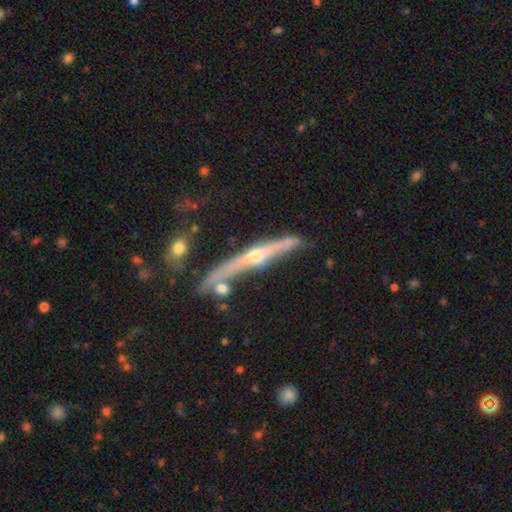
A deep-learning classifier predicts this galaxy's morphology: Smooth or featured? Predicted: featured or disk (p=0.75). Edge-on disk? Predicted: yes (p=0.94). Edge-on bulge? Predicted: rounded (p=0.88). Merging? Predicted: none (p=0.70).